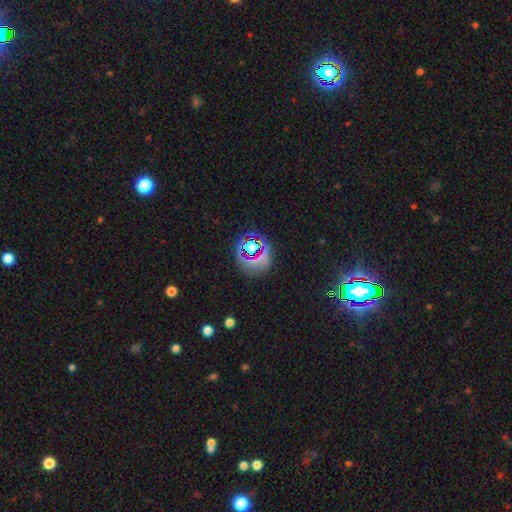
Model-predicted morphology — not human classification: Smooth or featured? Predicted: star or artifact (p=0.58).